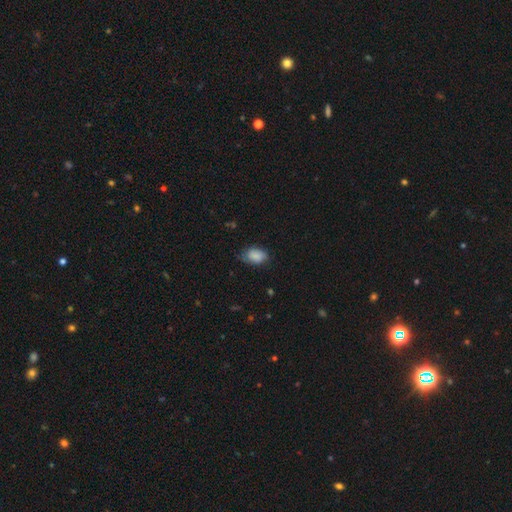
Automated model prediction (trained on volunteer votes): The model was most divided on "merging": none: 60%, minor disturbance: 31%, major disturbance: 7%, merger: 1%. More confident: how rounded — in between (85%); smooth or featured — smooth (82%).